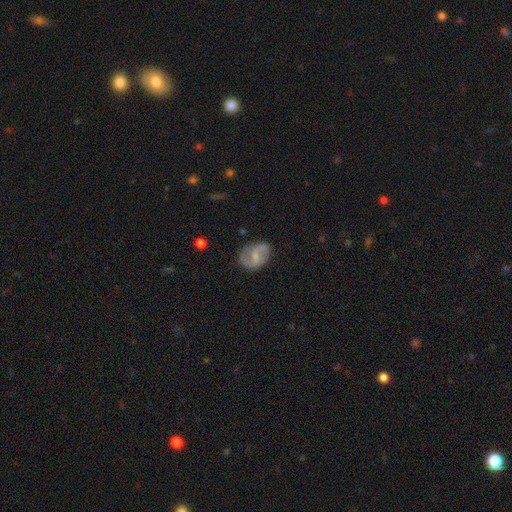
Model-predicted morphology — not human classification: This is likely a featured or disk galaxy (70%). It is clearly not viewed edge-on (97%). Bar: possibly weak (52%). Spiral arm pattern: clearly yes (89%). Spiral arm count: clearly 2 (88%). Spiral winding: marginally medium (45%). Central bulge: possibly small (54%). Merging: likely none (76%).